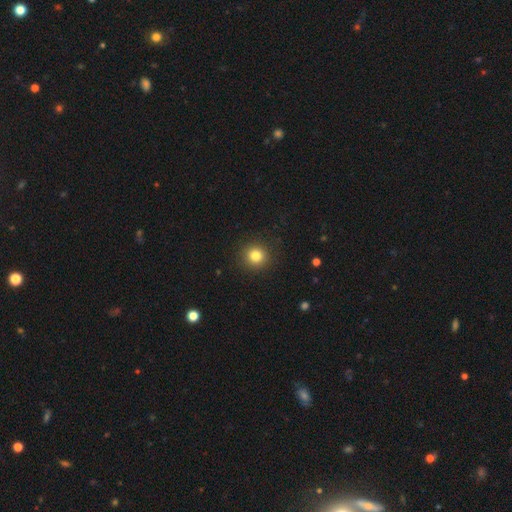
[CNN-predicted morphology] Q: Smooth or featured?
A: smooth (82%); runner-up: star or artifact (12%)
Q: How rounded?
A: round (93%); runner-up: in between (6%)
Q: Merging?
A: none (91%); runner-up: minor disturbance (6%)